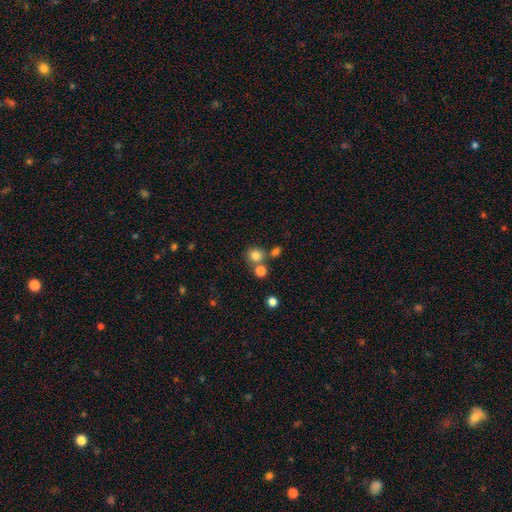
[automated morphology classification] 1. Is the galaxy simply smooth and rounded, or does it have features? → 80% smooth, 13% star or artifact, 7% featured or disk.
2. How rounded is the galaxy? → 86% round, 13% in between, 1% cigar-shaped.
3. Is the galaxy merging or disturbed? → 65% none, 22% merger, 9% minor disturbance, 4% major disturbance.